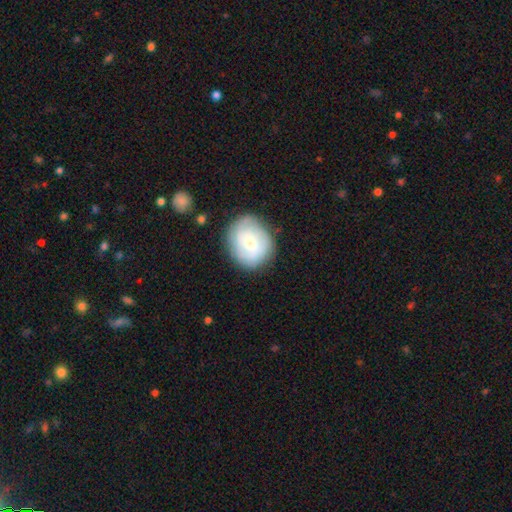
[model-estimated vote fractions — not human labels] Smooth or featured? Predicted: featured or disk (p=0.47). Merging? Predicted: none (p=0.75).